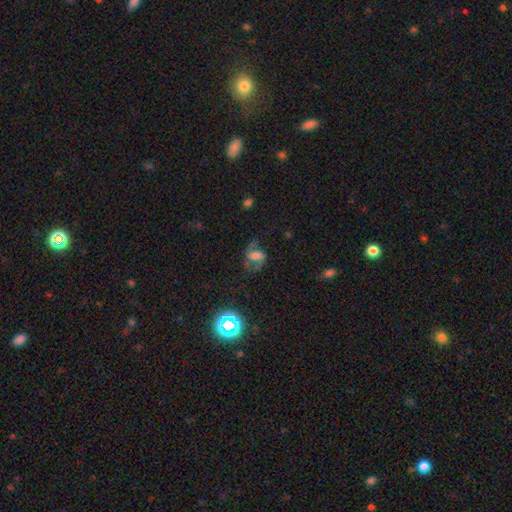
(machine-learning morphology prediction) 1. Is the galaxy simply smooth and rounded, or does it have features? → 58% featured or disk, 26% smooth, 15% star or artifact.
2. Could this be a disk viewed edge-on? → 96% no, 4% yes.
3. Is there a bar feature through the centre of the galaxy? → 42% weak, 33% no, 25% strong.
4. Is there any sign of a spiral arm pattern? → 85% yes, 15% no.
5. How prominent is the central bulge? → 34% moderate, 28% large, 18% small, 16% none, 4% dominant.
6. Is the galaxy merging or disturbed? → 55% none, 22% major disturbance, 21% minor disturbance, 3% merger.